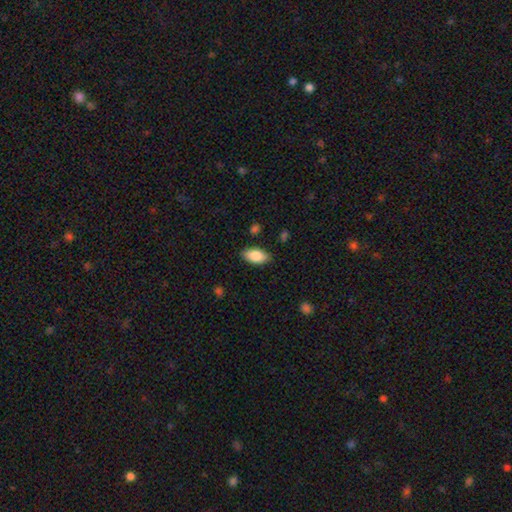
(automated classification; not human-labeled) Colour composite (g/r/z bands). It shows a smooth galaxy with no disk features (85%) that is in between round and cigar-shaped (92%). Merging: none (86%).